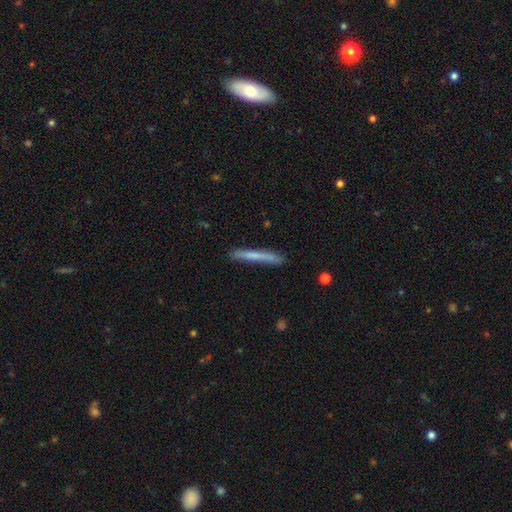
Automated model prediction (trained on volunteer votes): The model was most divided on "smooth or featured": smooth: 65%, featured or disk: 29%, star or artifact: 6%. More confident: how rounded — cigar-shaped (96%); merging — none (84%).